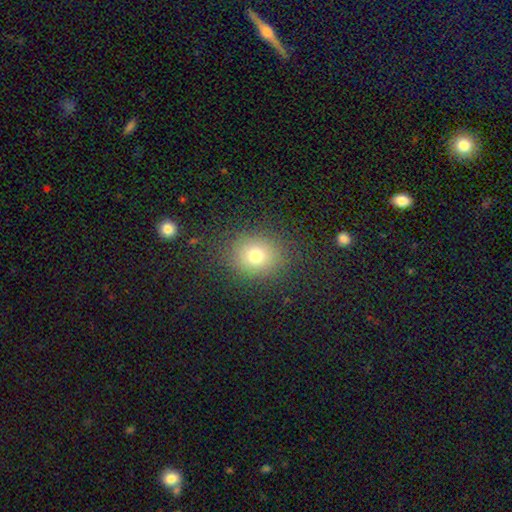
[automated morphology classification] Overall: smooth (73%). How rounded: round (74%). Merging: none (86%).